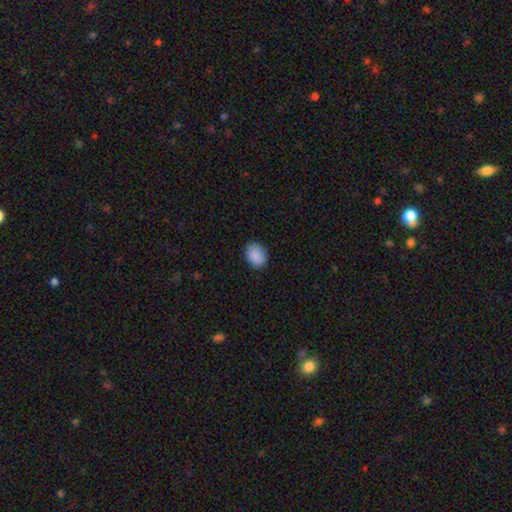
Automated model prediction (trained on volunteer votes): smooth_or_featured: smooth (p=0.89) [alt: star or artifact p=0.07]
how_rounded: in between (p=0.64) [alt: round p=0.35]
merging: none (p=0.84) [alt: minor disturbance p=0.12]